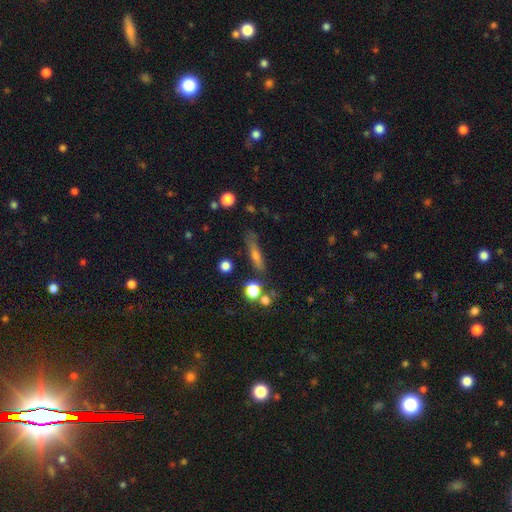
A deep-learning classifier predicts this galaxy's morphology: A smooth galaxy with no disk features (58%) that is cigar-shaped (77%). Merging: none (68%).